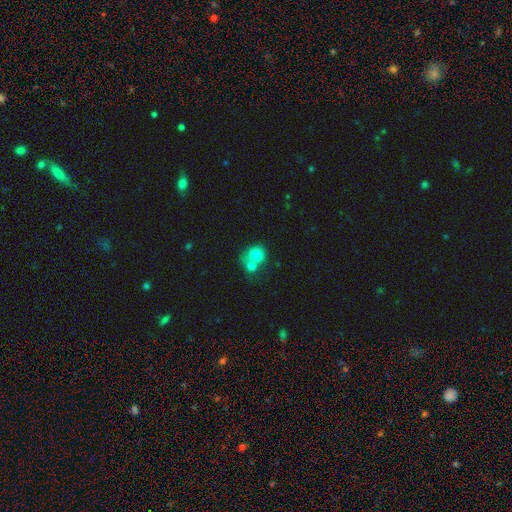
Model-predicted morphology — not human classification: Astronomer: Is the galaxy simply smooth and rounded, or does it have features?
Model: smooth — 77%.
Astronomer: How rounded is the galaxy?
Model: round — 74%.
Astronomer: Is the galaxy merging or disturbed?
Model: merger — 57% (runner-up: none, 32%).